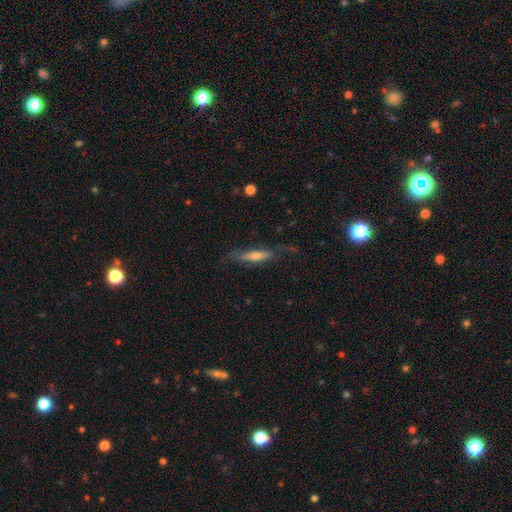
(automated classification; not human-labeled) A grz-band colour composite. It shows a featured or disk galaxy (58%) viewed edge-on (76%). Merging: none (68%).